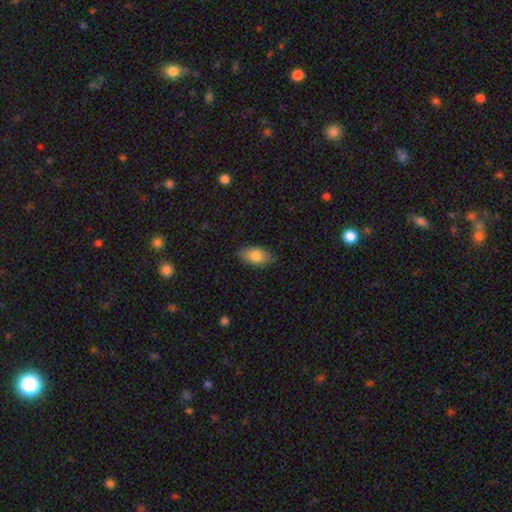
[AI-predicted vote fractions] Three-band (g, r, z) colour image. It shows a smooth galaxy with no disk features (82%) that is in between round and cigar-shaped (91%). Merging: none (83%).